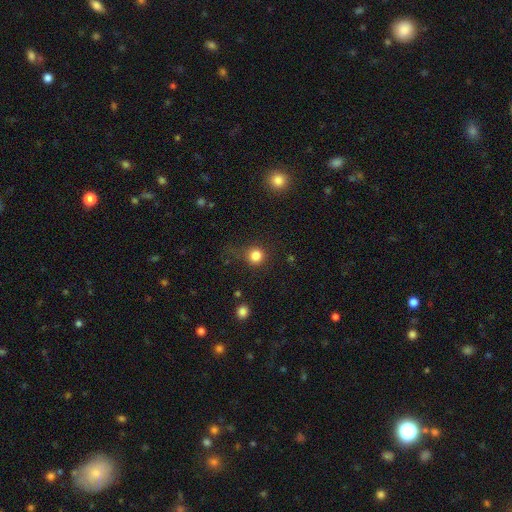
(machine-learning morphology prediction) Overall: smooth (83%). How rounded: round (92%). Merging: none (76%).